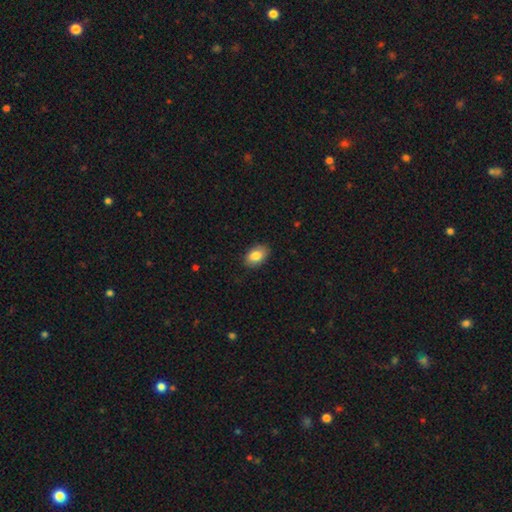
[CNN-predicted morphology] type=smooth (84%); roundness=in between (89%); merging=none (87%).